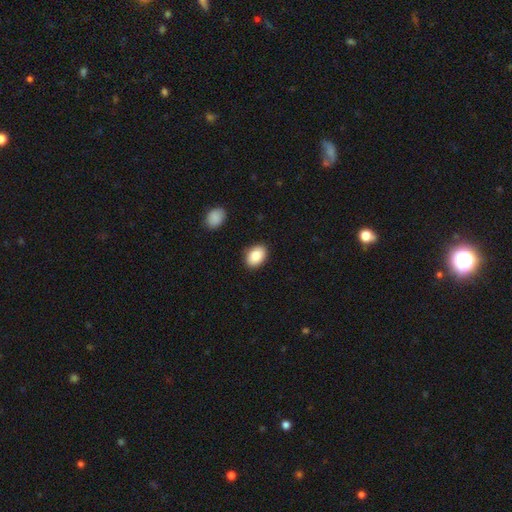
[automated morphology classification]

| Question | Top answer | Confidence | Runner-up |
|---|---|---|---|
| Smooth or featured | smooth | 87% | star or artifact (7%) |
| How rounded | in between | 82% | round (17%) |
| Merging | none | 87% | minor disturbance (9%) |